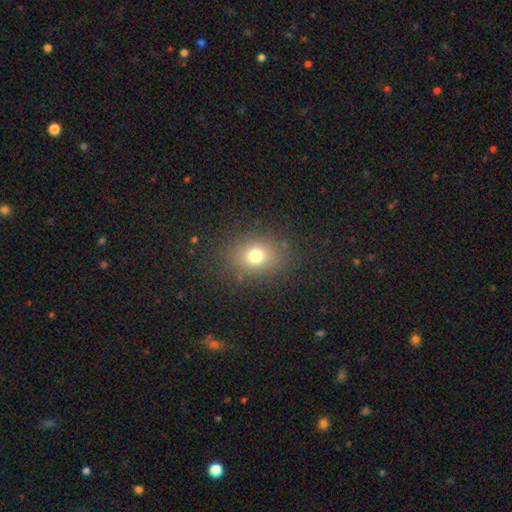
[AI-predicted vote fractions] Morphology: type=smooth (74%); roundness=round (52%); merging=none (85%).